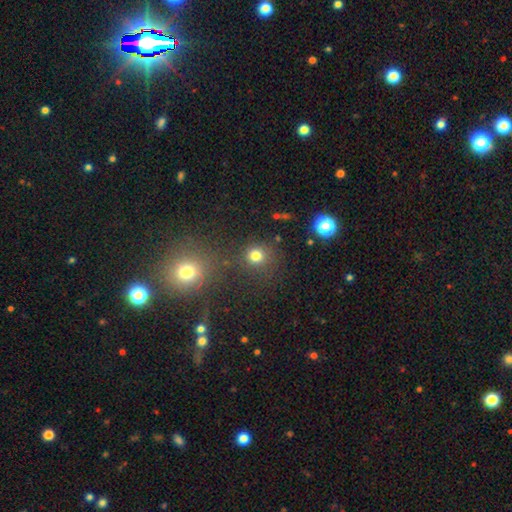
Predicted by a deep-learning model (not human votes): Morphology: type=smooth (75%); roundness=round (88%); merging=none (76%).